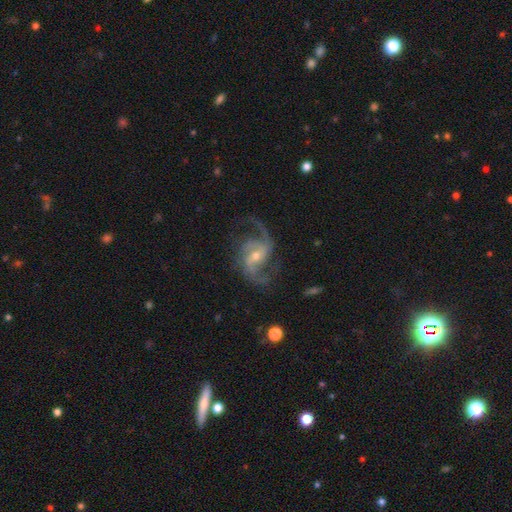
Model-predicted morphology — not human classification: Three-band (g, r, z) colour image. It shows a featured or disk galaxy (91%) with a weak bar (41%), 2 (73%) medium (46%) spiral arms (98%) and a small central bulge (56%). Merging: none (70%).